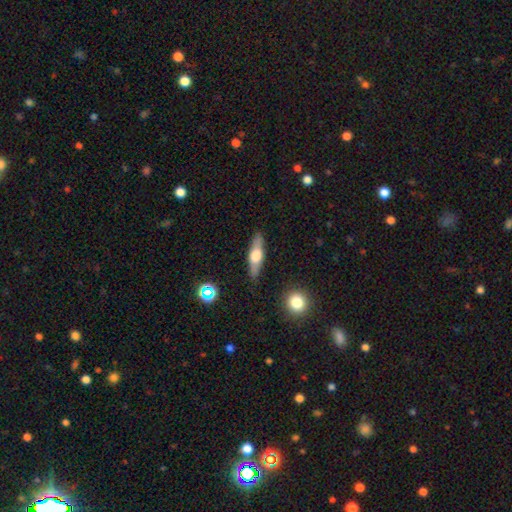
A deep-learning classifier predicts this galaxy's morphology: Q: Smooth or featured?
A: featured or disk (52%); runner-up: smooth (42%)
Q: Edge-on disk?
A: yes (90%); runner-up: no (10%)
Q: Merging?
A: none (85%); runner-up: minor disturbance (11%)